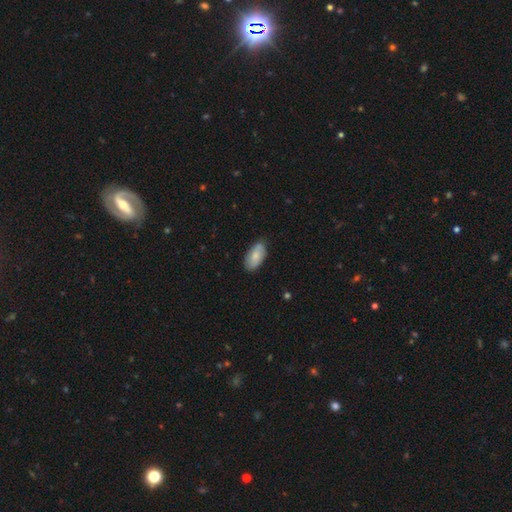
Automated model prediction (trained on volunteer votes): smooth-or-featured: smooth: 79% | featured or disk: 15% | star or artifact: 6%
  how-rounded: in between: 93% | cigar-shaped: 5% | round: 2%
  merging: none: 79% | minor disturbance: 17% | major disturbance: 3% | merger: 2%